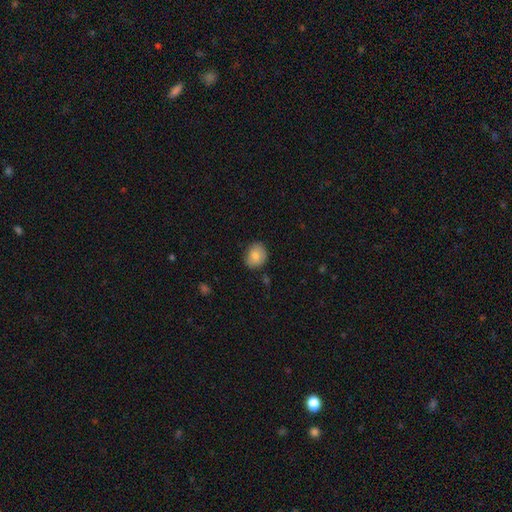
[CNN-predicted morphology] type=smooth (80%); roundness=round (59%); merging=none (79%).